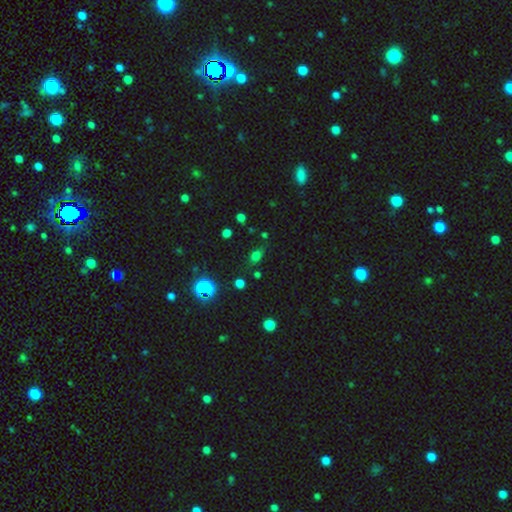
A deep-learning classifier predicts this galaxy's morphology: Smooth or featured? Predicted: smooth (p=0.65). How rounded? Predicted: in between (p=0.67). Merging? Predicted: none (p=0.72).